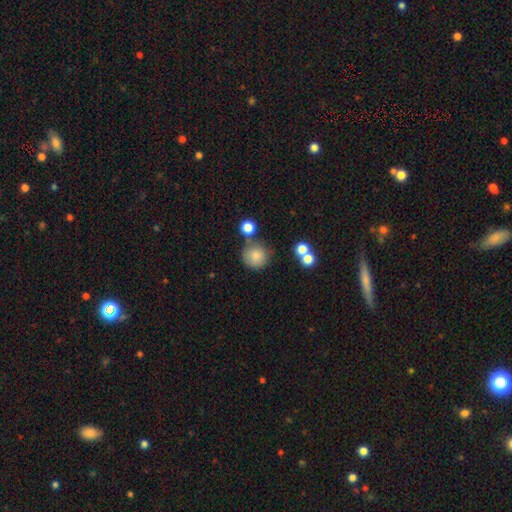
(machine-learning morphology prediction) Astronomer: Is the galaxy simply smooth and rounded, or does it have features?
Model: smooth — 81%.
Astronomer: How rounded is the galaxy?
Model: round — 92%.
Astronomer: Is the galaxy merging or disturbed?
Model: none — 68%.